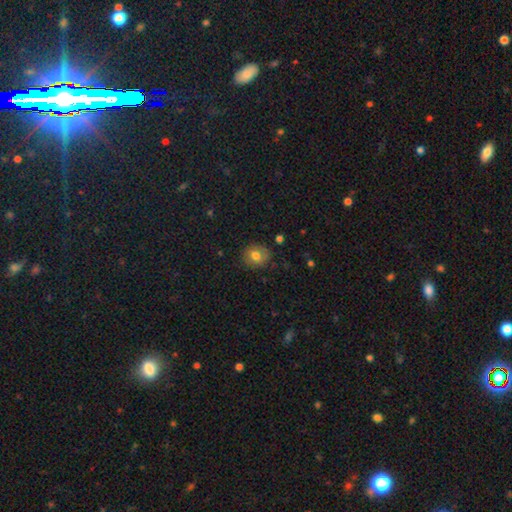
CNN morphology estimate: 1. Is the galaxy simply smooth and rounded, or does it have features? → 76% smooth, 15% featured or disk, 10% star or artifact.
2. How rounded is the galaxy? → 79% round, 20% in between, 1% cigar-shaped.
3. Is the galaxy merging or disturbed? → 85% none, 11% minor disturbance, 3% major disturbance, 1% merger.